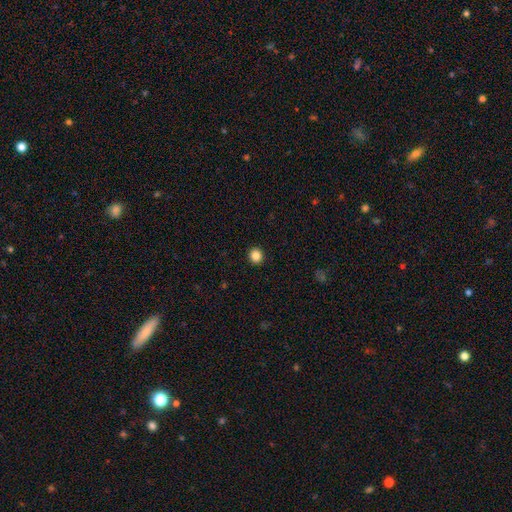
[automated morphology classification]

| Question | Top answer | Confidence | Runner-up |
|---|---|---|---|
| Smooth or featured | smooth | 86% | star or artifact (11%) |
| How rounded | round | 90% | in between (9%) |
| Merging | none | 93% | minor disturbance (4%) |